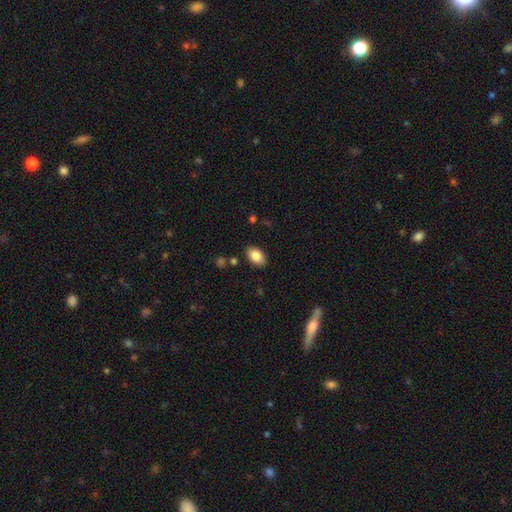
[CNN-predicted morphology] Smooth or featured? smooth (86%)
How rounded? in between (89%)
Merging? none (86%)